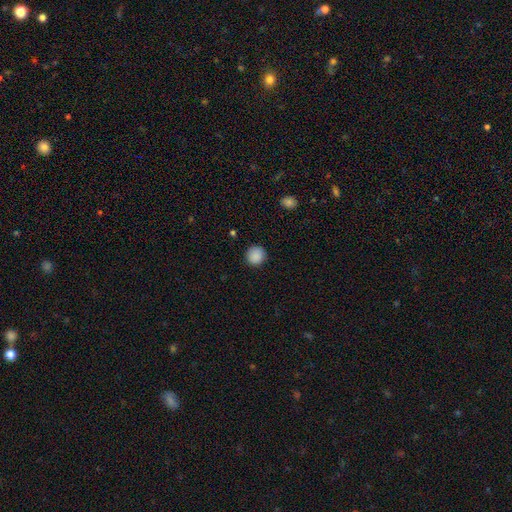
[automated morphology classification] The model was most divided on "smooth or featured": smooth: 89%, star or artifact: 9%, featured or disk: 3%. More confident: how rounded — round (94%); merging — none (90%).